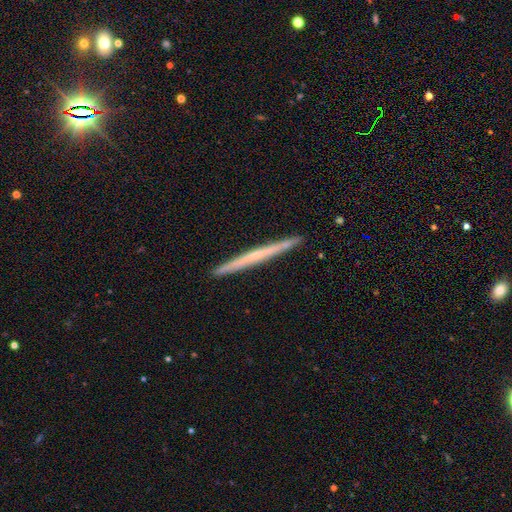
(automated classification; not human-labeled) smooth_or_featured: featured or disk (p=0.57) [alt: smooth p=0.37]
disk_edge_on: yes (p=0.98) [alt: no p=0.02]
edge_on_bulge: none (p=0.75) [alt: rounded p=0.21]
merging: none (p=0.92) [alt: minor disturbance p=0.05]